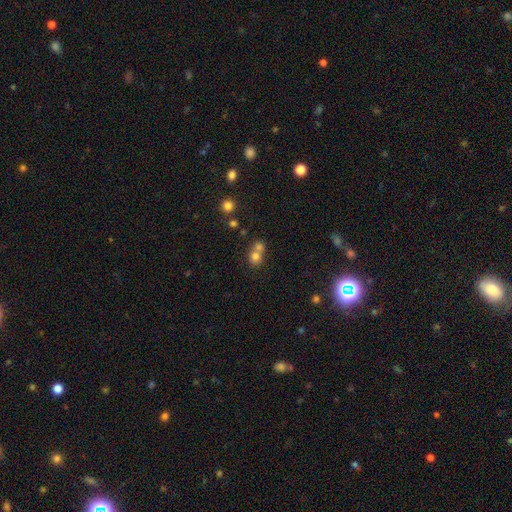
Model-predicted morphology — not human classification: smooth-or-featured: smooth: 73% | star or artifact: 14% | featured or disk: 13%
  how-rounded: round: 78% | in between: 21% | cigar-shaped: 1%
  merging: merger: 58% | none: 34% | minor disturbance: 5% | major disturbance: 3%